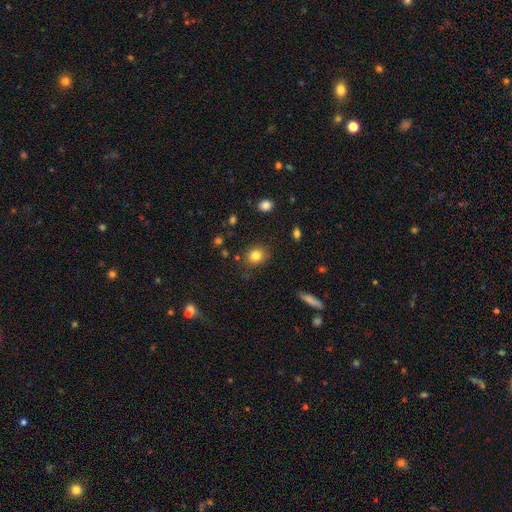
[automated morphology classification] Smooth or featured: smooth — 82% (star or artifact — 11%)
How rounded: round — 75% (in between — 24%)
Merging: none — 85% (minor disturbance — 10%)